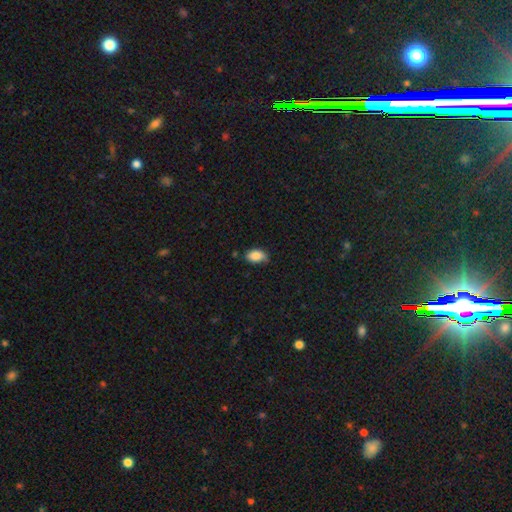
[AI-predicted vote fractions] Smooth or featured?
  - smooth: 87% *
  - star or artifact: 8%
  - featured or disk: 6%
How rounded?
  - in between: 91% *
  - round: 8%
  - cigar-shaped: 2%
Merging?
  - none: 66% *
  - minor disturbance: 28%
  - major disturbance: 4%
  - merger: 2%